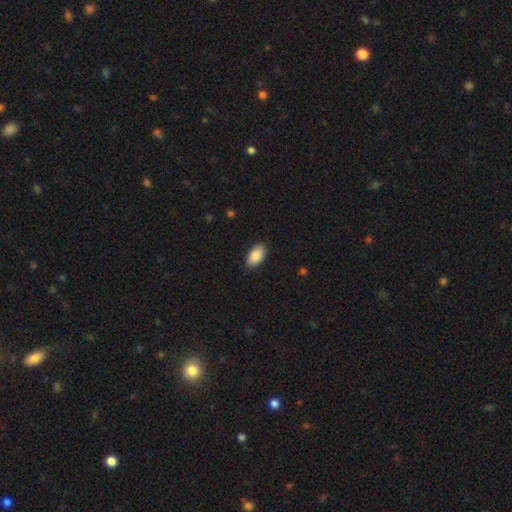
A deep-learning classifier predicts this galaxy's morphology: A smooth galaxy with no disk features (89%) that is in between round and cigar-shaped (94%).

Vote fractions:
- Smooth or featured? smooth: 89% / star or artifact: 6% / featured or disk: 5%
- How rounded? in between: 94% / round: 3% / cigar-shaped: 3%
- Merging? none: 88% / minor disturbance: 9% / major disturbance: 2% / merger: 1%